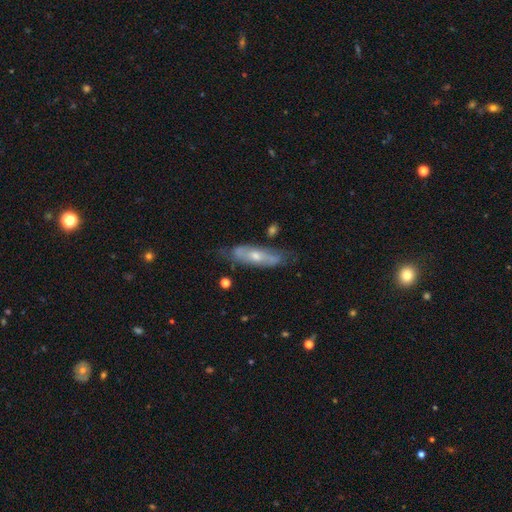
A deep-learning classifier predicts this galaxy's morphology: Smooth or featured: featured or disk — 63% (smooth — 30%)
Edge-on disk: no — 62% (yes — 38%)
Merging: none — 69% (minor disturbance — 21%)